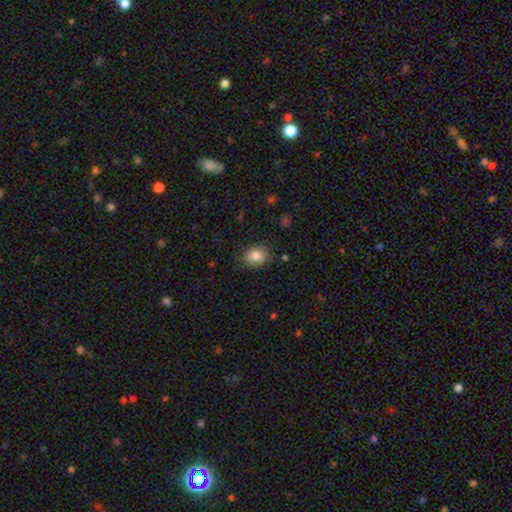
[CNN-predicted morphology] Overall: smooth (83%). How rounded: in between (51%; round 48%). Merging: none (86%).